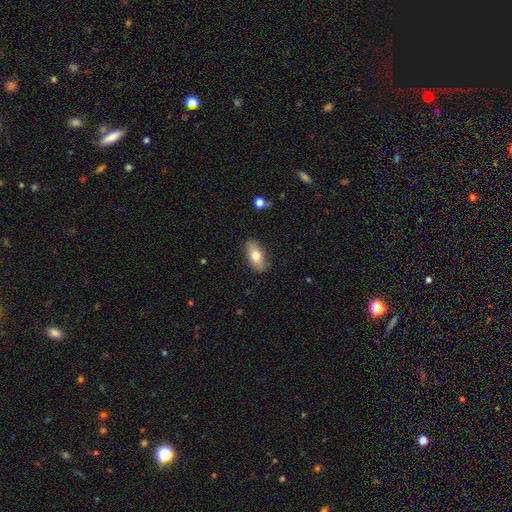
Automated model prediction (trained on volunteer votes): This appears to be a smooth galaxy with no disk features (76%) that is in between round and cigar-shaped (87%). Merging: none (86%).